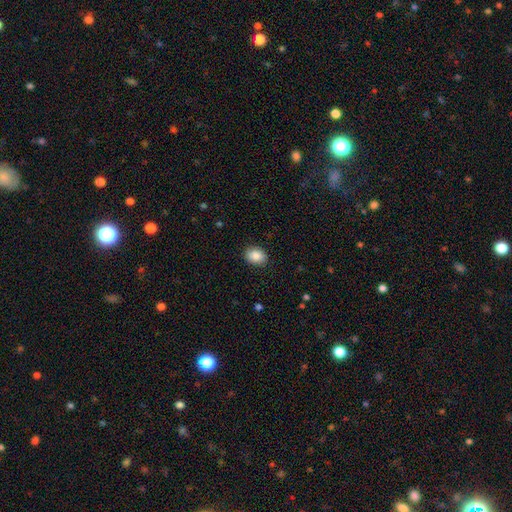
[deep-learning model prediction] smooth_or_featured: smooth (p=0.88) [alt: star or artifact p=0.08]
how_rounded: in between (p=0.59) [alt: round p=0.40]
merging: none (p=0.88) [alt: minor disturbance p=0.09]